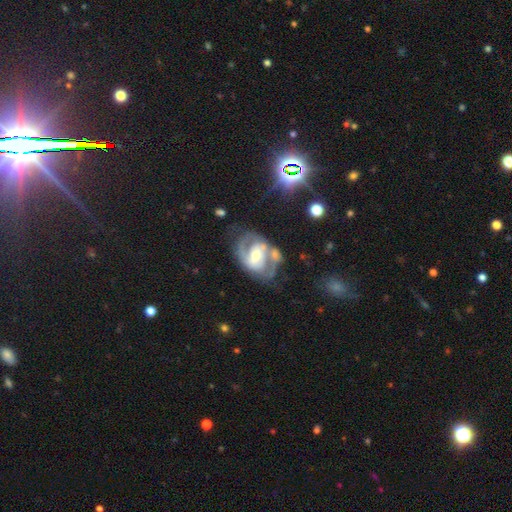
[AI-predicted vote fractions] A featured or disk galaxy (82%) with a weak bar (41%), 2 (78%) medium (48%) spiral arms (85%) and a moderate central bulge (55%). Merging: none (49%).